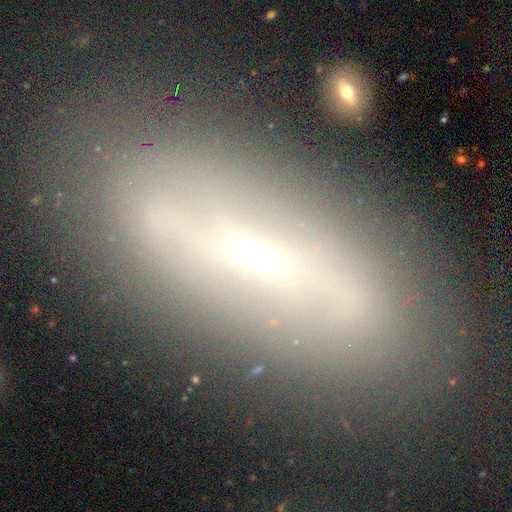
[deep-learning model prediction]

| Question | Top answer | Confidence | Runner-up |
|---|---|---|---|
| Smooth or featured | featured or disk | 65% | smooth (24%) |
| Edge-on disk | no | 66% | yes (34%) |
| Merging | none | 77% | minor disturbance (14%) |